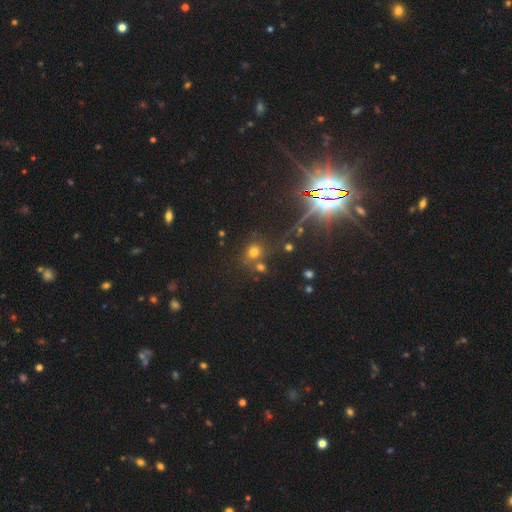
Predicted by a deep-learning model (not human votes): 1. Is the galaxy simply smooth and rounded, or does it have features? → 57% star or artifact, 33% smooth, 10% featured or disk.